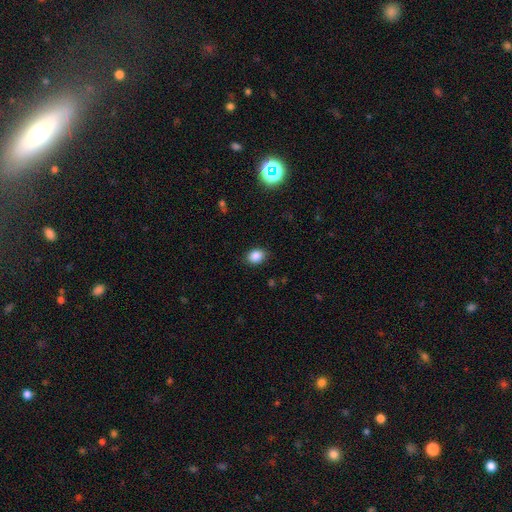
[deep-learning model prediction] A smooth galaxy with no disk features (87%) that is in between round and cigar-shaped (59%). Merging: none (84%).